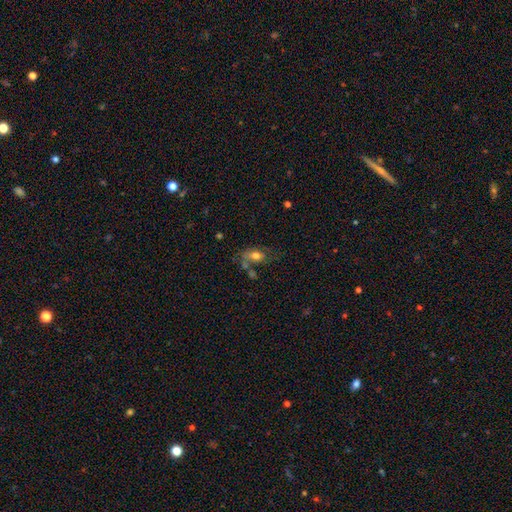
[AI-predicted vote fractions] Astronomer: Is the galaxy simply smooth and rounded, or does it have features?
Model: smooth — 67%.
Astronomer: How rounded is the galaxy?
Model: in between — 82%.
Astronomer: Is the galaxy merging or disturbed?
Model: none — 42% (runner-up: minor disturbance, 23%).